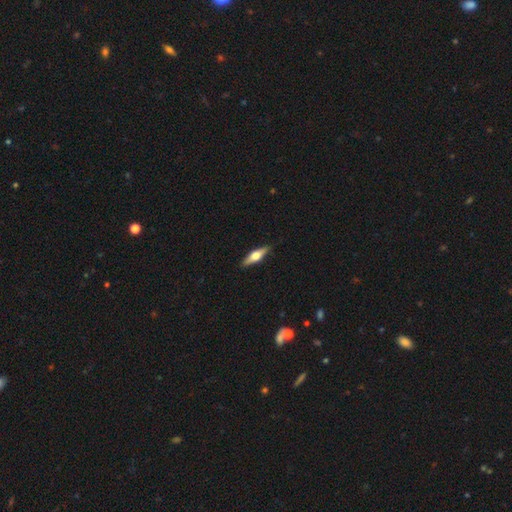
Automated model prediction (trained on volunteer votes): smooth-or-featured: featured or disk: 56% | smooth: 39% | star or artifact: 5%
  disk-edge-on: yes: 95% | no: 5%
    edge-on-bulge: rounded: 94% | boxy: 4% | none: 2%
  merging: none: 90% | minor disturbance: 7% | major disturbance: 2% | merger: 1%